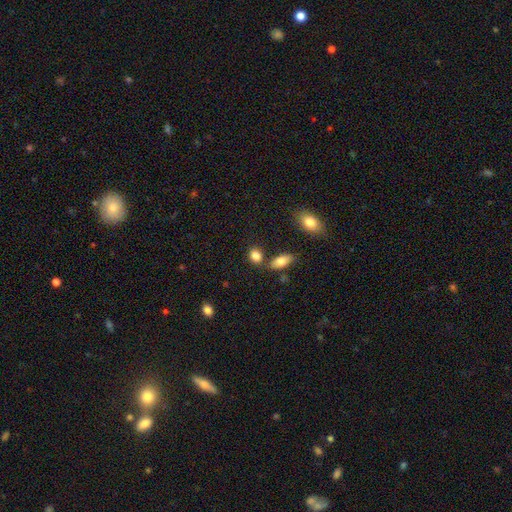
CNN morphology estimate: Overall: smooth (85%). How rounded: in between (65%; round 32%). Merging: none (67%).